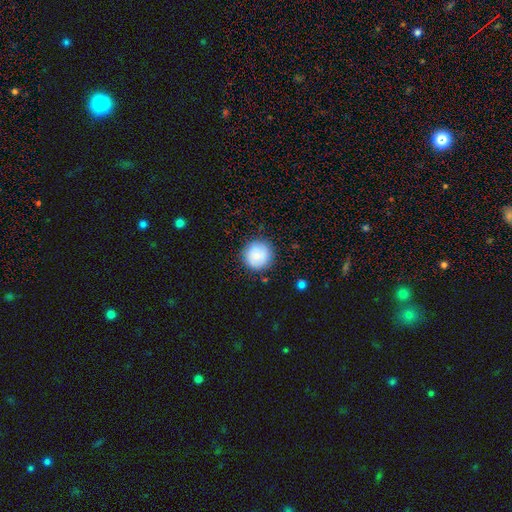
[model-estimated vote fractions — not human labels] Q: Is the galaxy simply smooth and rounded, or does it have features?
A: smooth — 82%.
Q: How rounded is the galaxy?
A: round — 94%.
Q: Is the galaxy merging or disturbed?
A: none — 87%.